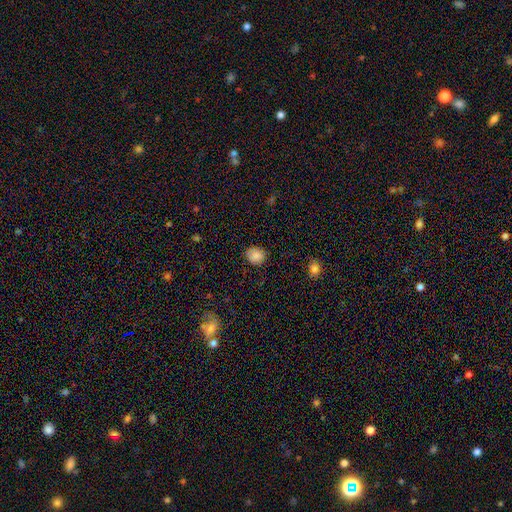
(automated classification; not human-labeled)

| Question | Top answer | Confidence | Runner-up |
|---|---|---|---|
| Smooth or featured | smooth | 86% | star or artifact (9%) |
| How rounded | round | 74% | in between (25%) |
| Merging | none | 84% | minor disturbance (13%) |